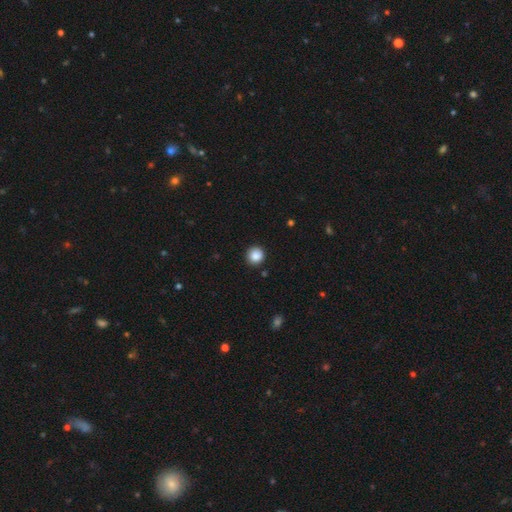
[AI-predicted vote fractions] The model was most divided on "smooth or featured": smooth: 87%, star or artifact: 10%, featured or disk: 3%. More confident: how rounded — round (94%); merging — none (90%).